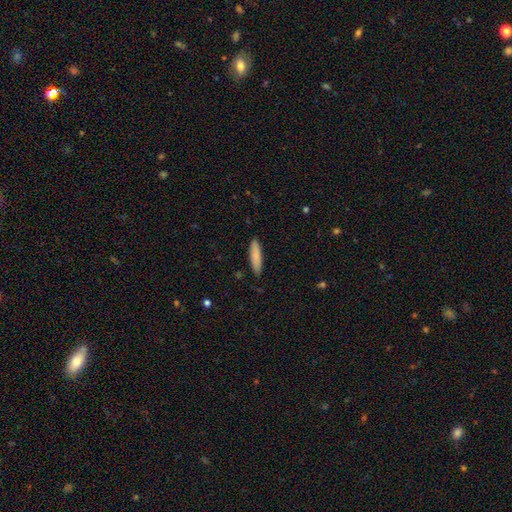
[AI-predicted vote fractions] smooth-or-featured: smooth: 84% | featured or disk: 10% | star or artifact: 6%
  how-rounded: cigar-shaped: 76% | in between: 22% | round: 1%
  merging: none: 87% | minor disturbance: 10% | major disturbance: 2% | merger: 1%